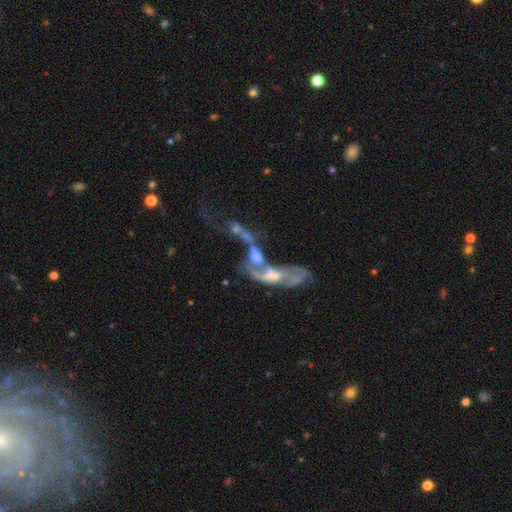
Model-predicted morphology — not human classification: smooth_or_featured: featured or disk (p=0.61) [alt: smooth p=0.26]
disk_edge_on: no (p=0.88) [alt: yes p=0.12]
bar: no (p=0.70) [alt: weak p=0.22]
has_spiral_arms: no (p=0.51) [alt: yes p=0.49]
bulge_size: moderate (p=0.38) [alt: none p=0.26]
merging: merger (p=0.71) [alt: major disturbance p=0.14]